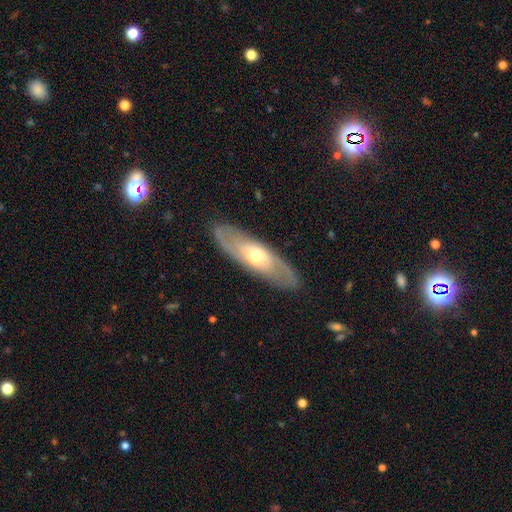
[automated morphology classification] This appears to be a featured or disk galaxy (71%) with no bar (72%), spiral arms (73%) and a moderate central bulge (65%). Merging: none (85%).